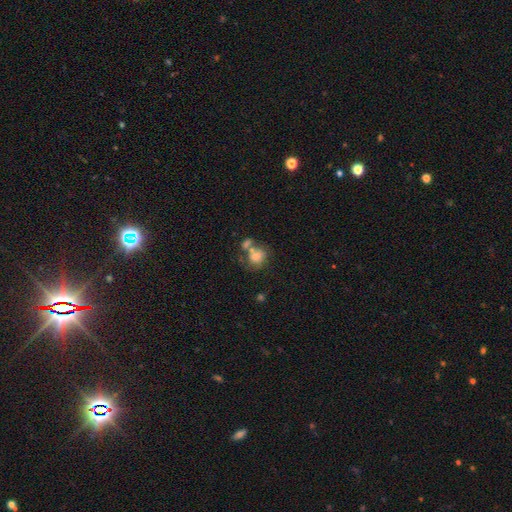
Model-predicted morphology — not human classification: smooth 69%, featured or disk 21%, star or artifact 10%. Down the decision tree: how rounded — round (58%); merging — merger (44%).